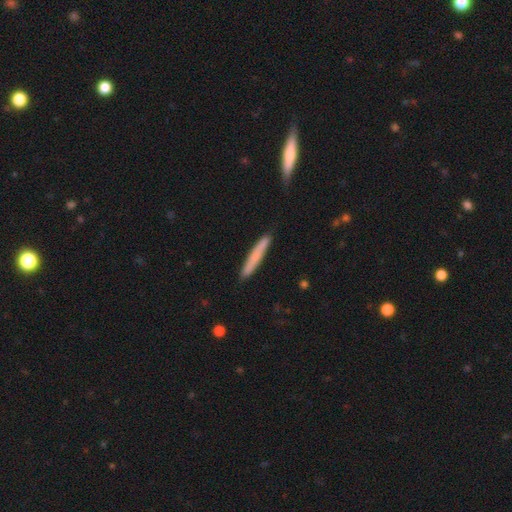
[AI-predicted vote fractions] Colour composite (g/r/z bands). It shows a smooth galaxy with no disk features (71%) that is cigar-shaped (95%). Merging: none (87%).